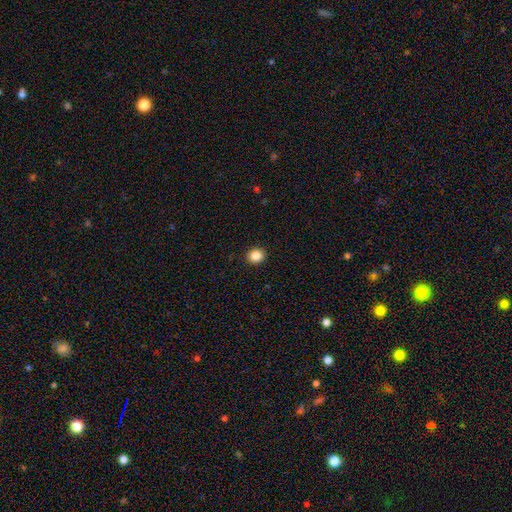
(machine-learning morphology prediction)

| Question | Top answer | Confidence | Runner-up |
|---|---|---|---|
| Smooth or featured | smooth | 86% | star or artifact (10%) |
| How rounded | round | 79% | in between (20%) |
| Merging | none | 92% | minor disturbance (5%) |